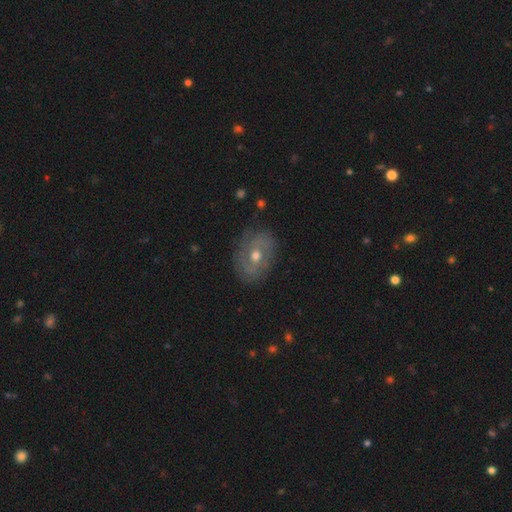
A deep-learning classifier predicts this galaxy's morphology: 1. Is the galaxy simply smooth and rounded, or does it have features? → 69% featured or disk, 22% smooth, 9% star or artifact.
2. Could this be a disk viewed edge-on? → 95% no, 5% yes.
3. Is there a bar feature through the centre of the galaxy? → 59% no, 32% weak, 9% strong.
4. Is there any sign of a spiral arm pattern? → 70% yes, 30% no.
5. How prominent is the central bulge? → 74% moderate, 20% small, 3% large, 1% none, 1% dominant.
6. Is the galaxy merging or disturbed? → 77% none, 16% minor disturbance, 5% major disturbance, 1% merger.